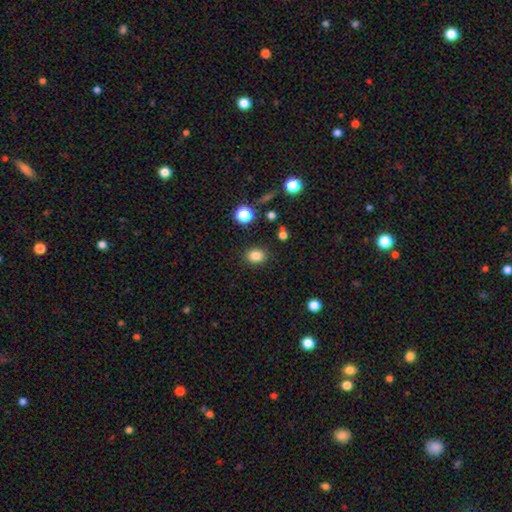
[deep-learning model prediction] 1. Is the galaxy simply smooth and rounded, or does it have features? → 82% smooth, 12% star or artifact, 5% featured or disk.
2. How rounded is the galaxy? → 52% in between, 47% round, 1% cigar-shaped.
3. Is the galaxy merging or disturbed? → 87% none, 9% minor disturbance, 3% major disturbance, 2% merger.